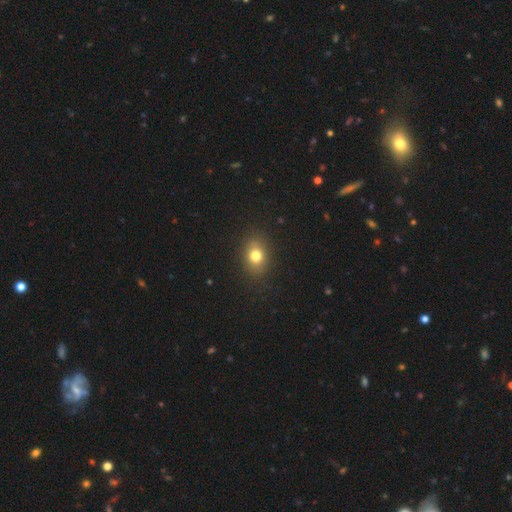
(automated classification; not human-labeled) Smooth or featured? Predicted: smooth (p=0.77). How rounded? Predicted: in between (p=0.55). Merging? Predicted: none (p=0.85).